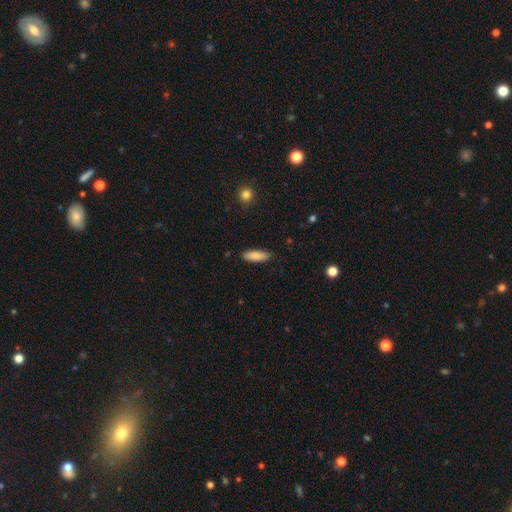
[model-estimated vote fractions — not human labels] This is clearly a smooth galaxy (85%). How rounded: possibly in between (56%). Merging: clearly none (87%).